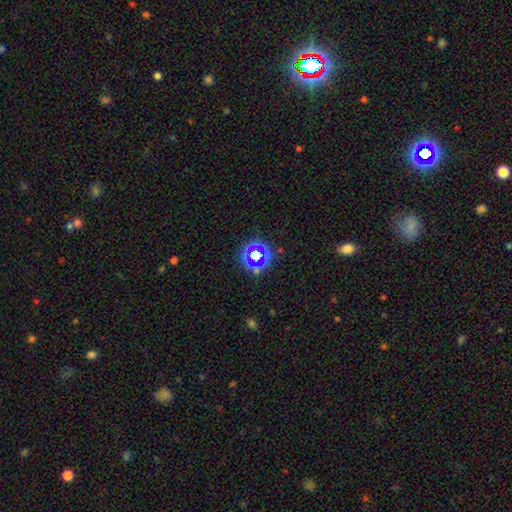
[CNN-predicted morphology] A star or artifact, not a galaxy (58%).